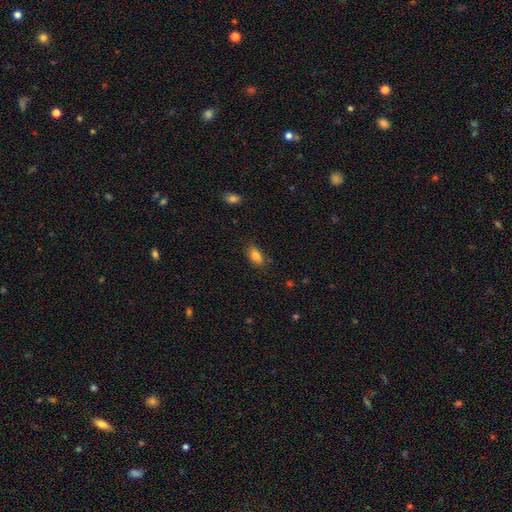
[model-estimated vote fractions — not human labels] This appears to be a smooth galaxy with no disk features (83%) that is in between round and cigar-shaped (88%). Merging: none (83%).